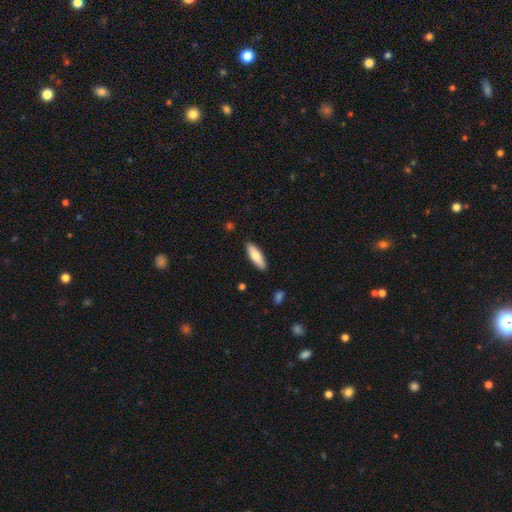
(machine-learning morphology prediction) smooth_or_featured: smooth (p=0.73) [alt: featured or disk p=0.22]
how_rounded: in between (p=0.49) [tied with: cigar-shaped p=0.49]
merging: none (p=0.89) [alt: minor disturbance p=0.08]